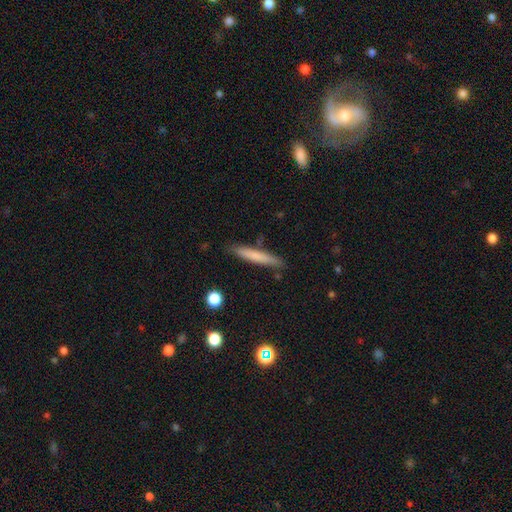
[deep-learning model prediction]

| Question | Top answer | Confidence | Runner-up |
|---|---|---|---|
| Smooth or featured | smooth | 72% | featured or disk (22%) |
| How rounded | cigar-shaped | 94% | in between (5%) |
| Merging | none | 85% | minor disturbance (10%) |